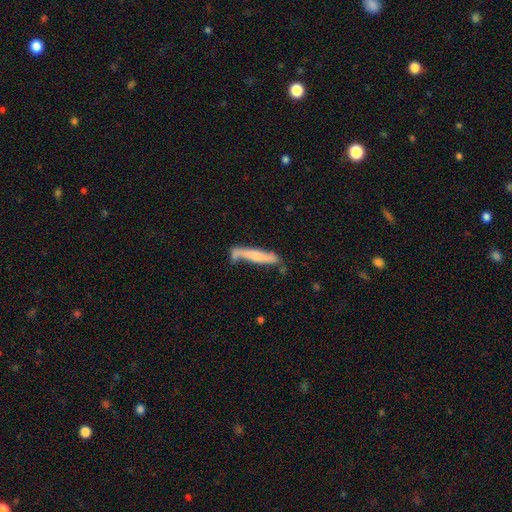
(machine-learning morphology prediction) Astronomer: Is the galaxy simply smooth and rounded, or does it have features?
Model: smooth — 51% (runner-up: featured or disk, 43%).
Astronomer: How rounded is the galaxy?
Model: cigar-shaped — 90%.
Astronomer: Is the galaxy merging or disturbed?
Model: none — 53%.